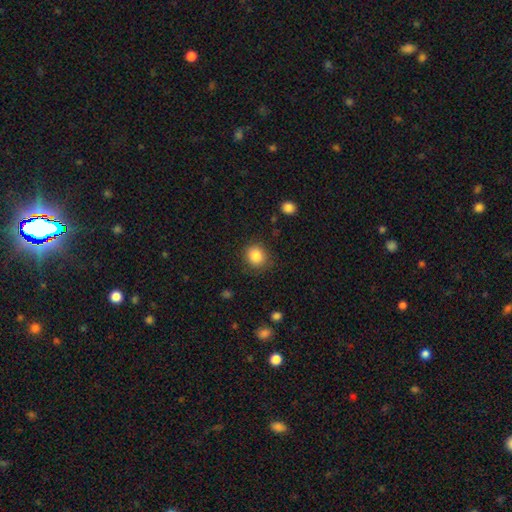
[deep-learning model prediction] smooth_or_featured: smooth (p=0.85) [alt: star or artifact p=0.10]
how_rounded: round (p=0.85) [alt: in between p=0.15]
merging: none (p=0.84) [alt: minor disturbance p=0.11]